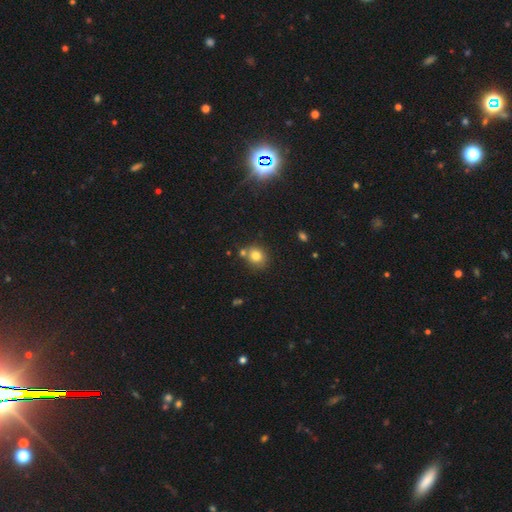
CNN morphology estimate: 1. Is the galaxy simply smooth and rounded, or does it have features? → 79% smooth, 12% star or artifact, 9% featured or disk.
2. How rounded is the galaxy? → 76% round, 23% in between, 1% cigar-shaped.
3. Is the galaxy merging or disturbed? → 68% none, 17% merger, 12% minor disturbance, 3% major disturbance.